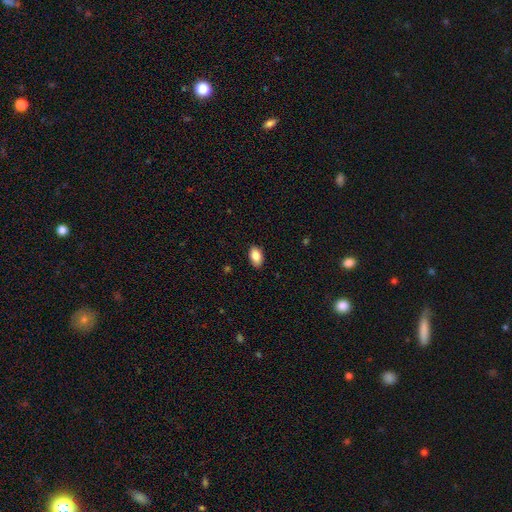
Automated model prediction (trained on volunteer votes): The model was most divided on "merging": none: 87%, minor disturbance: 10%, major disturbance: 2%, merger: 1%. More confident: how rounded — in between (92%); smooth or featured — smooth (85%).